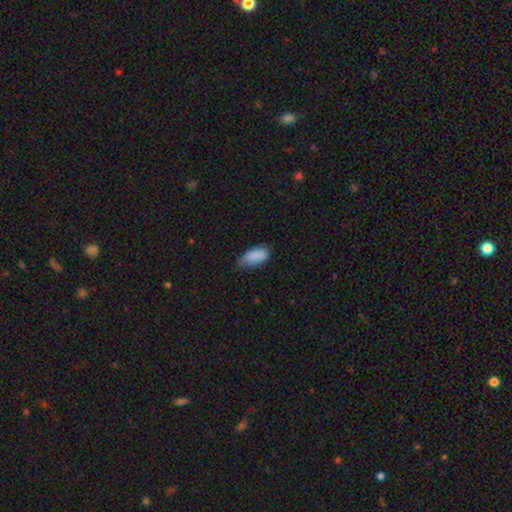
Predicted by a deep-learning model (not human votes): Q: Smooth or featured?
A: smooth (86%); runner-up: star or artifact (7%)
Q: How rounded?
A: in between (91%); runner-up: cigar-shaped (7%)
Q: Merging?
A: none (46%); runner-up: minor disturbance (43%)